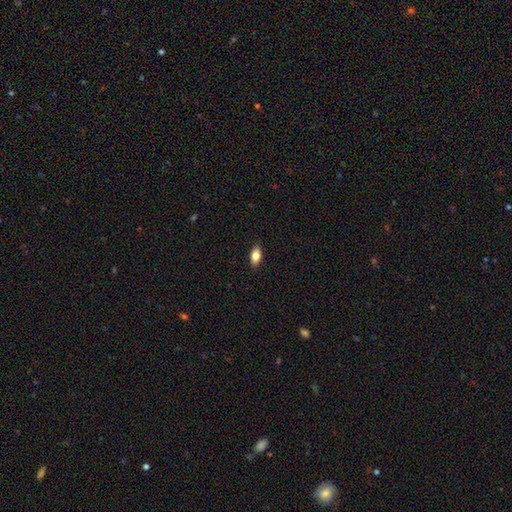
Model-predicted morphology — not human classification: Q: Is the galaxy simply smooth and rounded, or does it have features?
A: smooth — 81%.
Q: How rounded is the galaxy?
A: in between — 88%.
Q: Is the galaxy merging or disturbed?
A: none — 89%.